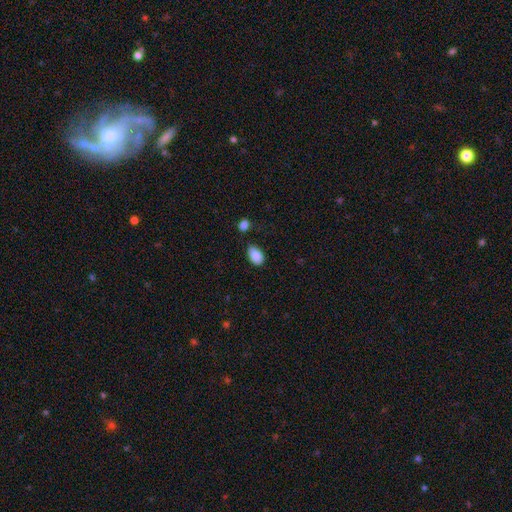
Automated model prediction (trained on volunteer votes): Overall: smooth (89%). How rounded: in between (91%). Merging: none (66%; minor disturbance 26%).